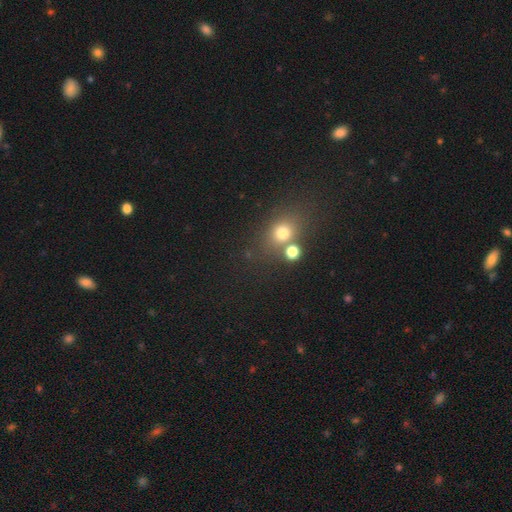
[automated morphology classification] smooth 51%, star or artifact 37%, featured or disk 12%. Down the decision tree: how rounded — round (64%); merging — none (66%).